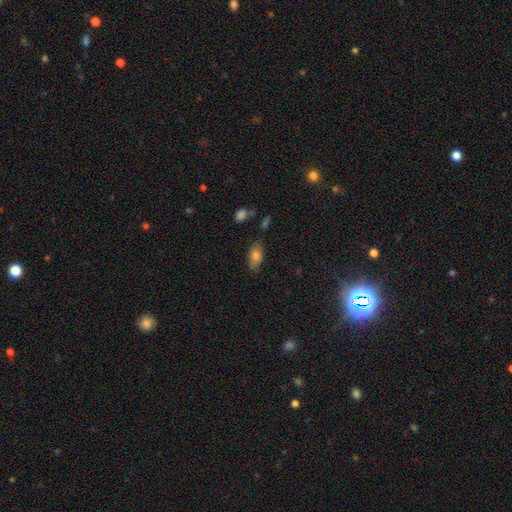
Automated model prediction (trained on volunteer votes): Smooth or featured?
  - smooth: 78% *
  - featured or disk: 13%
  - star or artifact: 9%
How rounded?
  - in between: 90% *
  - cigar-shaped: 6%
  - round: 4%
Merging?
  - none: 73% *
  - minor disturbance: 20%
  - major disturbance: 4%
  - merger: 3%